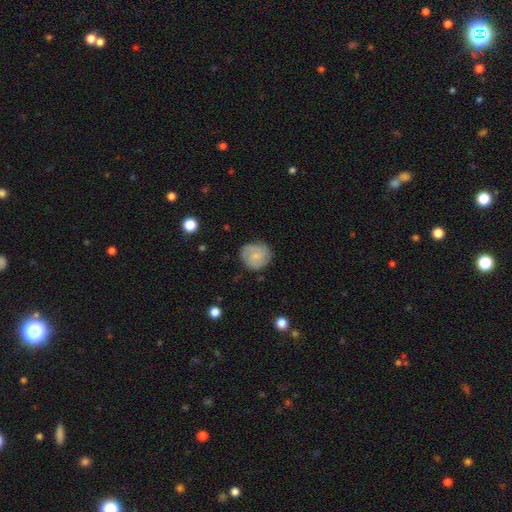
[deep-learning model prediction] Morphology: type=smooth (50%); roundness=round (85%); merging=none (76%).